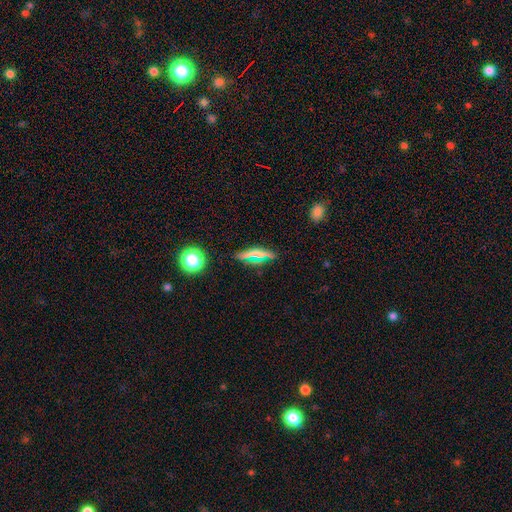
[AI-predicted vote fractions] Smooth or featured?
  - smooth: 56% *
  - featured or disk: 25%
  - star or artifact: 20%
How rounded?
  - cigar-shaped: 56% *
  - in between: 36%
  - round: 8%
Merging?
  - none: 83% *
  - minor disturbance: 11%
  - major disturbance: 3%
  - merger: 3%